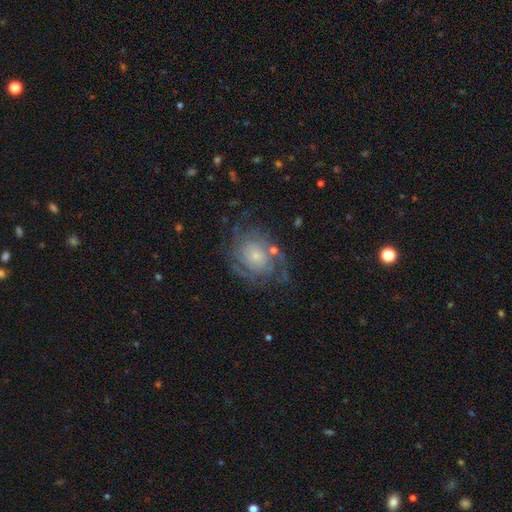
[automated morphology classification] Smooth or featured? Predicted: featured or disk (p=0.81). Edge-on disk? Predicted: no (p=0.98). Bar? Predicted: no (p=0.76). Spiral arms? Predicted: yes (p=0.93). Spiral winding? Predicted: tight (p=0.53). Spiral arm count? Predicted: can't tell (p=0.31). Bulge size? Predicted: small (p=0.69). Merging? Predicted: none (p=0.65).